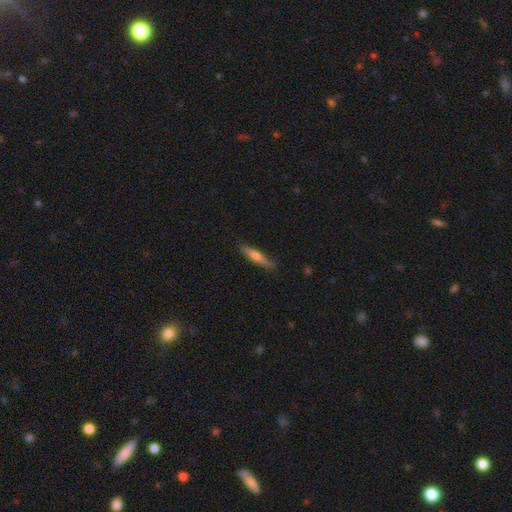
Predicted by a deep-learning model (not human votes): smooth-or-featured: smooth: 54% | featured or disk: 40% | star or artifact: 6%
  how-rounded: cigar-shaped: 84% | in between: 14% | round: 2%
  merging: none: 86% | minor disturbance: 11% | major disturbance: 2% | merger: 1%